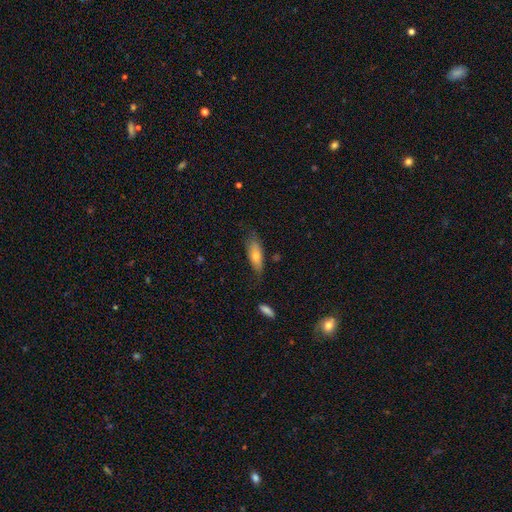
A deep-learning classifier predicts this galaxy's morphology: A smooth galaxy with no disk features (70%) that is in between round and cigar-shaped (60%). Merging: none (65%).